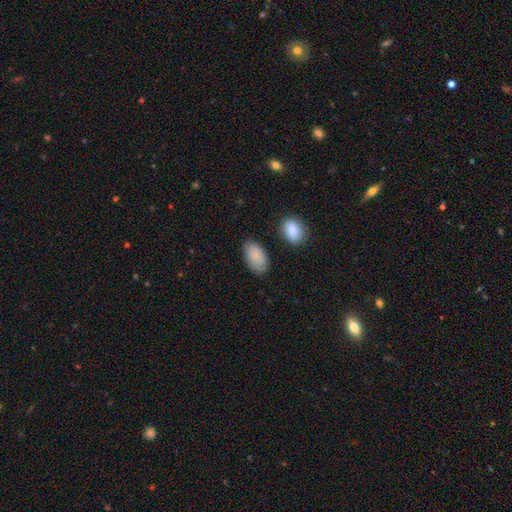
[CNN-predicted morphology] smooth-or-featured: smooth: 88% | featured or disk: 6% | star or artifact: 6%
  how-rounded: in between: 94% | round: 4% | cigar-shaped: 2%
  merging: none: 76% | minor disturbance: 16% | merger: 4% | major disturbance: 4%